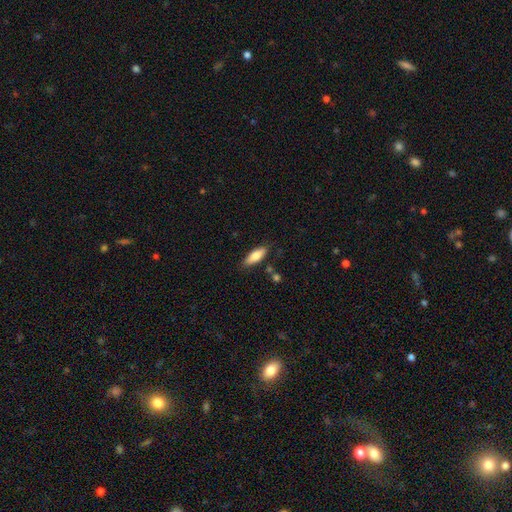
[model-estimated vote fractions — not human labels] A smooth galaxy with no disk features (78%) that is in between round and cigar-shaped (64%).

Vote fractions:
- Smooth or featured? smooth: 78% / featured or disk: 15% / star or artifact: 6%
- How rounded? in between: 64% / cigar-shaped: 34% / round: 2%
- Merging? none: 80% / minor disturbance: 13% / merger: 3% / major disturbance: 3%